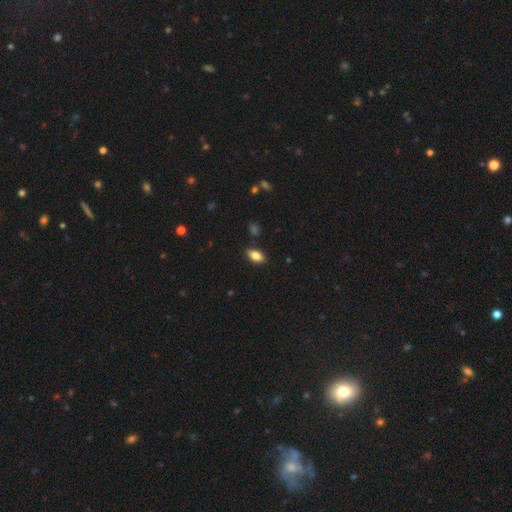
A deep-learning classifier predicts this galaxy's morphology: Smooth or featured: smooth — 83% (featured or disk — 9%)
How rounded: in between — 90% (round — 5%)
Merging: none — 86% (minor disturbance — 10%)